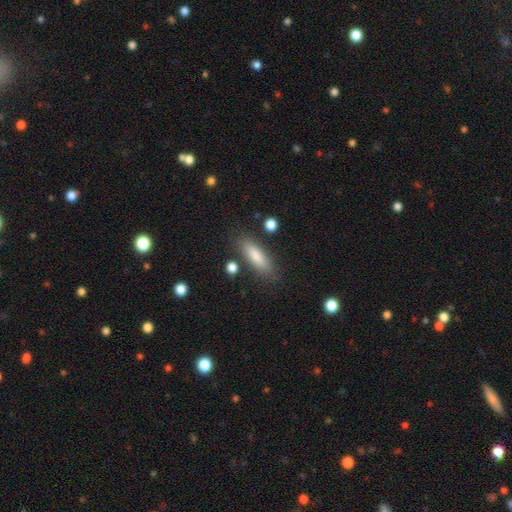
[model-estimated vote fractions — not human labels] This is likely a smooth galaxy (79%). How rounded: possibly cigar-shaped (56%). Merging: clearly none (84%).